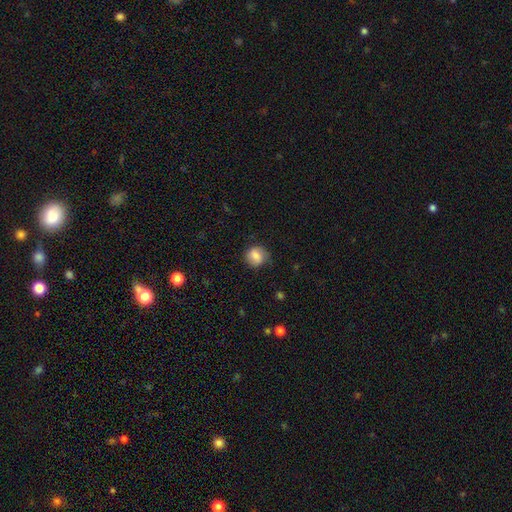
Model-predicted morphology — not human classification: A smooth galaxy with no disk features (78%) that is round (82%). Merging: none (74%).